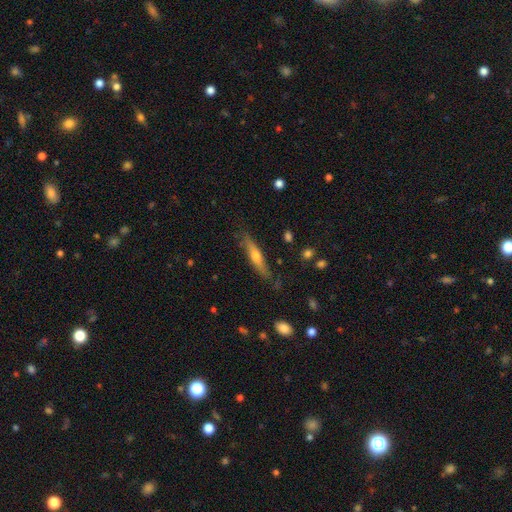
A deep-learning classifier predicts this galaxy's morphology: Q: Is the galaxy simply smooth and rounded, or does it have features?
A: featured or disk — 54%.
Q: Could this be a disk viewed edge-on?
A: yes — 92%.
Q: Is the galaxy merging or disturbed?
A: none — 81%.